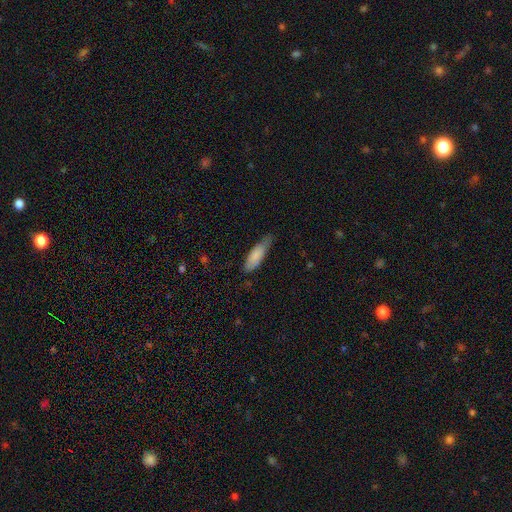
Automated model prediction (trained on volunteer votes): Q: Smooth or featured?
A: smooth (82%); runner-up: featured or disk (13%)
Q: How rounded?
A: in between (50%); runner-up: cigar-shaped (49%)
Q: Merging?
A: none (56%); runner-up: minor disturbance (35%)